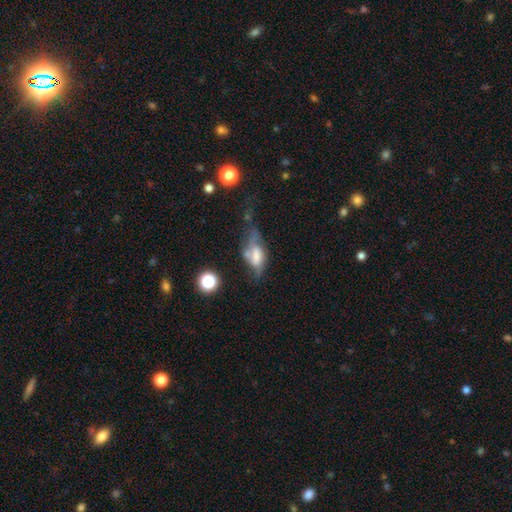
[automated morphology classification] Smooth or featured? Predicted: smooth (p=0.45). Merging? Predicted: major disturbance (p=0.38).